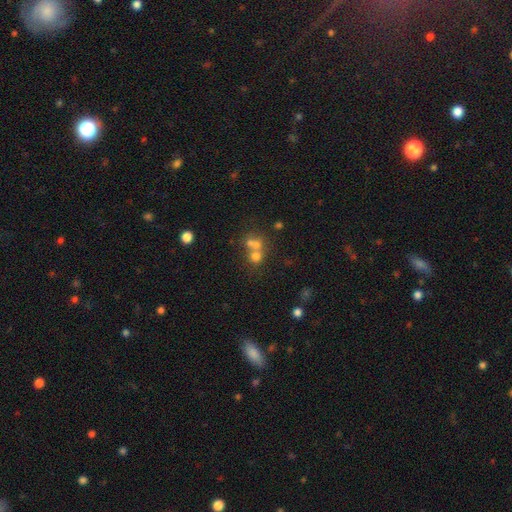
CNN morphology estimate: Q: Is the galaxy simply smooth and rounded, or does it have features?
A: smooth — 62%.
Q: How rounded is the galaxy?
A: round — 80%.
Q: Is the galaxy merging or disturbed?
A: merger — 56%.